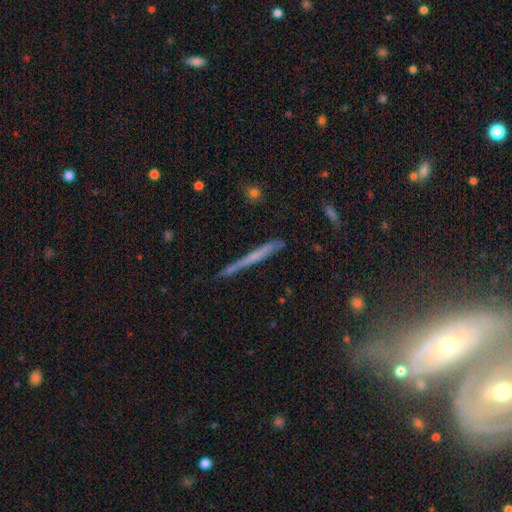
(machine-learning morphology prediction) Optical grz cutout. It shows a smooth galaxy with no disk features (47%). Merging: none (78%).